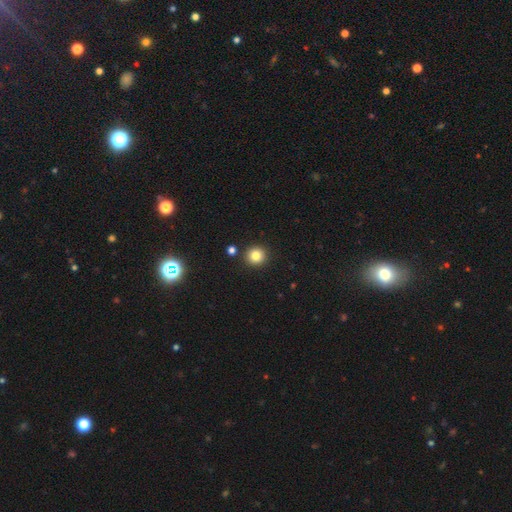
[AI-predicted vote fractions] A smooth galaxy with no disk features (82%) that is round (92%).

Vote fractions:
- Smooth or featured? smooth: 82% / star or artifact: 12% / featured or disk: 6%
- How rounded? round: 92% / in between: 7% / cigar-shaped: 1%
- Merging? none: 89% / minor disturbance: 6% / merger: 3% / major disturbance: 2%